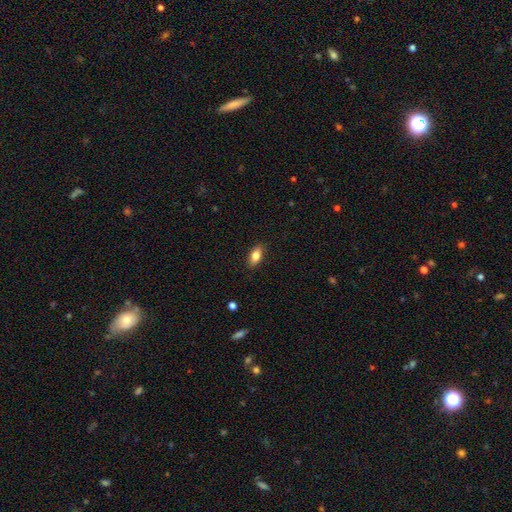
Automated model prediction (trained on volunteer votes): Morphology: type=smooth (81%); roundness=in between (87%); merging=none (87%).